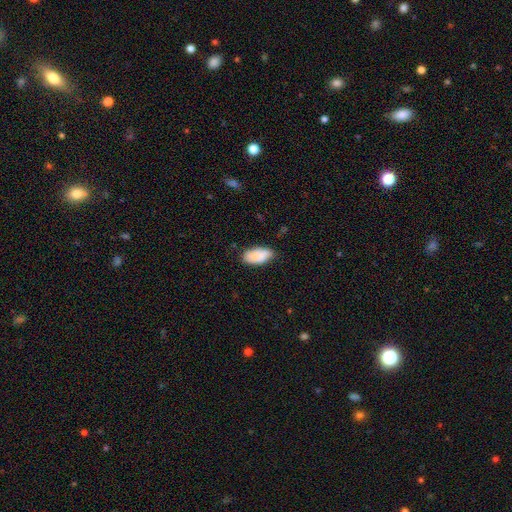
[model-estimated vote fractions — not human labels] Smooth or featured: smooth — 85% (featured or disk — 8%)
How rounded: in between — 93% (cigar-shaped — 4%)
Merging: none — 73% (minor disturbance — 22%)